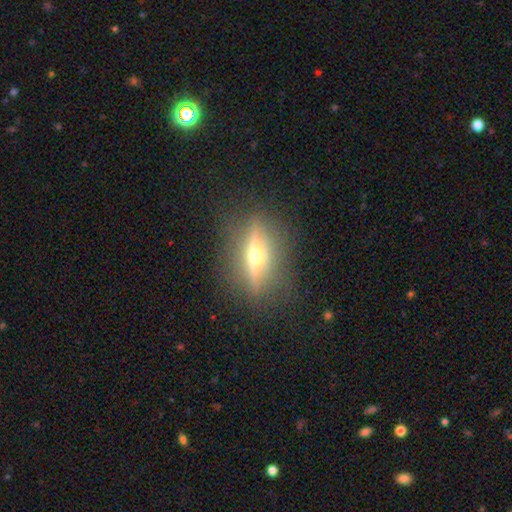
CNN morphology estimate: The model was most divided on "smooth or featured": featured or disk: 78%, smooth: 14%, star or artifact: 8%. More confident: edge-on bulge — rounded (94%); edge-on disk — yes (92%); merging — none (86%).